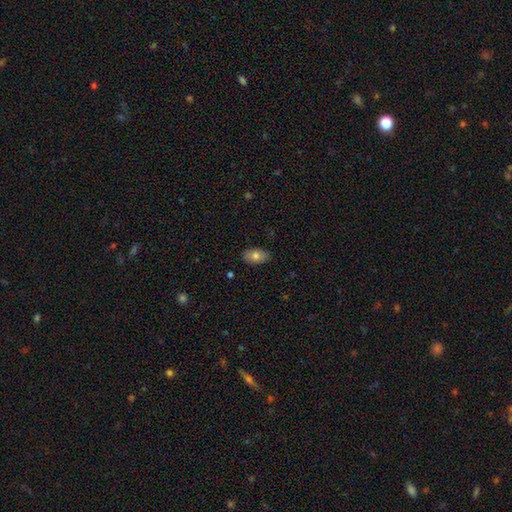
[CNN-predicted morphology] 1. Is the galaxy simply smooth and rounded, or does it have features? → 77% smooth, 16% featured or disk, 7% star or artifact.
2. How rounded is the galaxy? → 93% in between, 5% round, 2% cigar-shaped.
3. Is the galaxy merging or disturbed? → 86% none, 11% minor disturbance, 2% major disturbance, 1% merger.